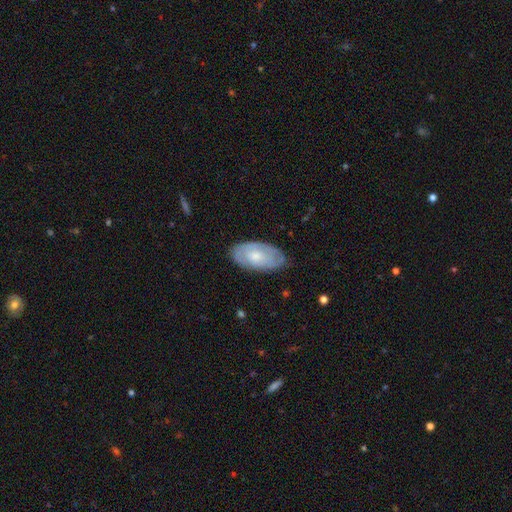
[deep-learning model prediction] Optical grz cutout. It shows a featured or disk galaxy (54%). Merging: none (79%).